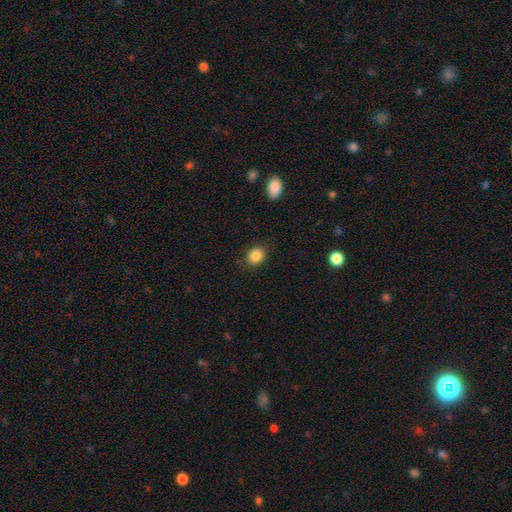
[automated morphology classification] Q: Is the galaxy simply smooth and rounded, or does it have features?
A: smooth — 86%.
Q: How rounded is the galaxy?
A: round — 63%.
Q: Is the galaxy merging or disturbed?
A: none — 87%.